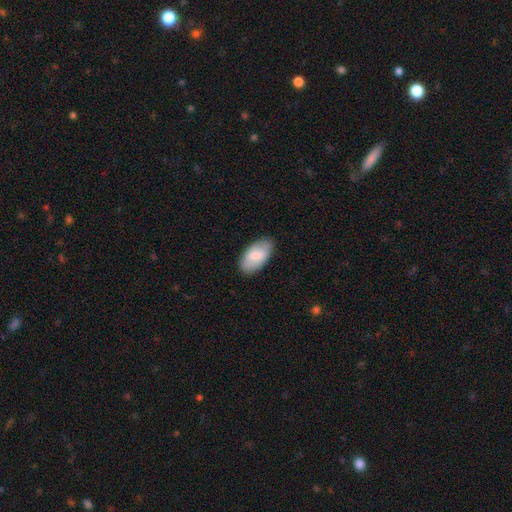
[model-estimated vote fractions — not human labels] smooth 79%, featured or disk 16%, star or artifact 6%. Down the decision tree: how rounded — in between (95%); merging — none (85%).